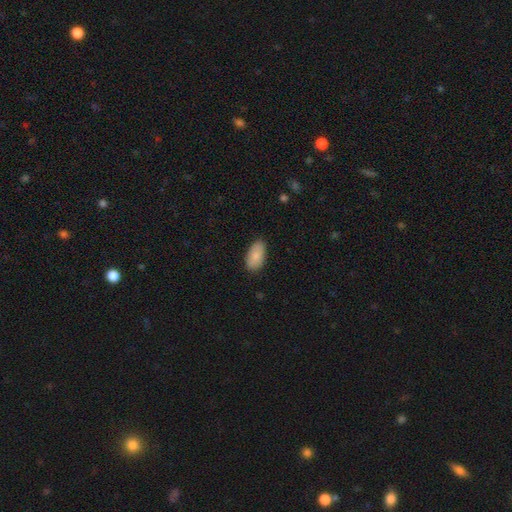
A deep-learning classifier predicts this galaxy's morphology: The model was most divided on "merging": none: 84%, minor disturbance: 13%, major disturbance: 2%, merger: 1%. More confident: how rounded — in between (94%); smooth or featured — smooth (83%).